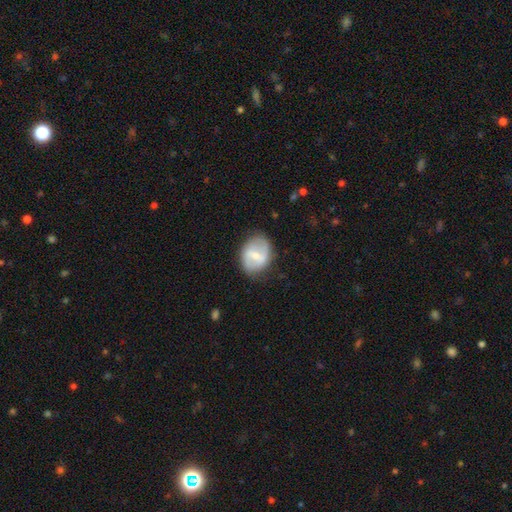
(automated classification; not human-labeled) This appears to be a featured or disk galaxy (64%) with a weak bar (51%), spiral arms (77%) and a small central bulge (51%). Merging: none (76%).